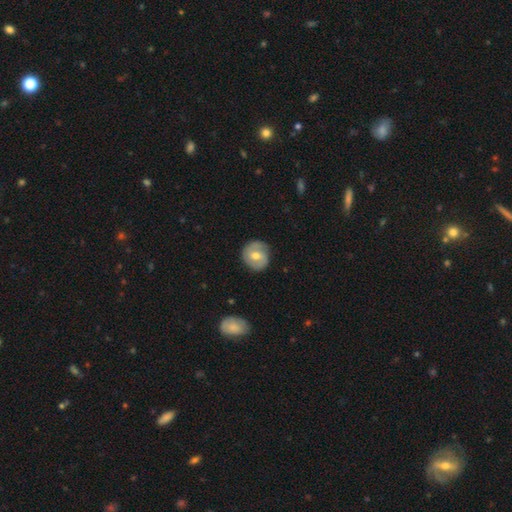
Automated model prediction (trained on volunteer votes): Smooth or featured: featured or disk — 53% (smooth — 41%)
Edge-on disk: no — 97% (yes — 3%)
Bar: weak — 48% (no — 40%)
Spiral arms: yes — 77% (no — 23%)
Bulge size: moderate — 73% (small — 20%)
Merging: none — 82% (minor disturbance — 13%)